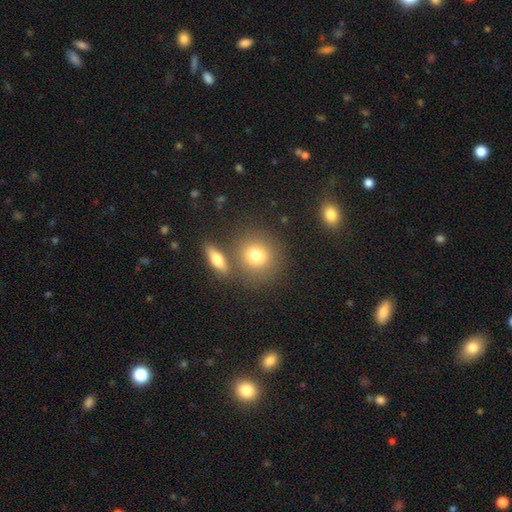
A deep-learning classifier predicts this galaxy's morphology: Smooth or featured? smooth (78%)
How rounded? round (81%)
Merging? none (69%)